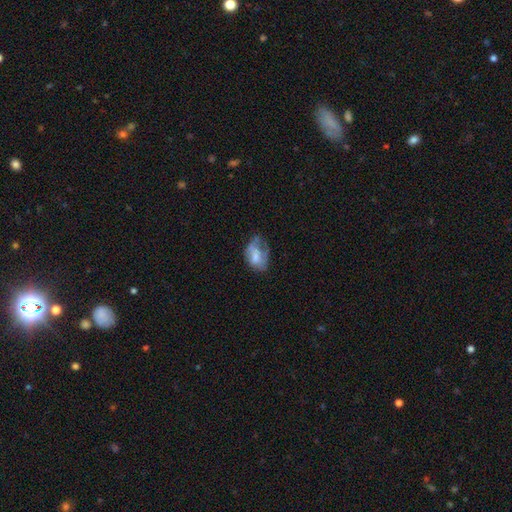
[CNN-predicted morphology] Q: Smooth or featured?
A: smooth (58%); runner-up: featured or disk (33%)
Q: How rounded?
A: in between (82%); runner-up: round (17%)
Q: Merging?
A: none (33%); tied with: minor disturbance (33%)